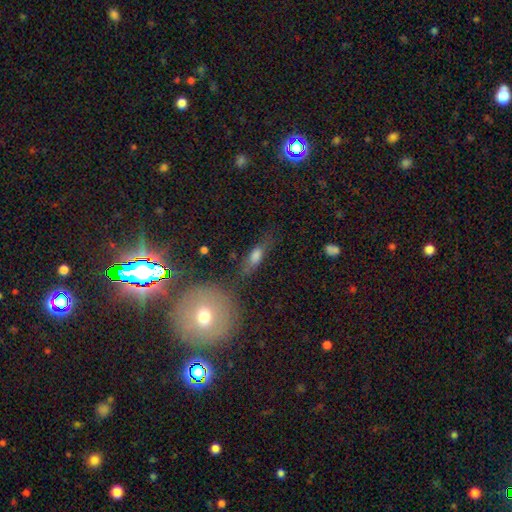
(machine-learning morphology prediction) type=smooth (59%); roundness=in between (52%); merging=none (64%).